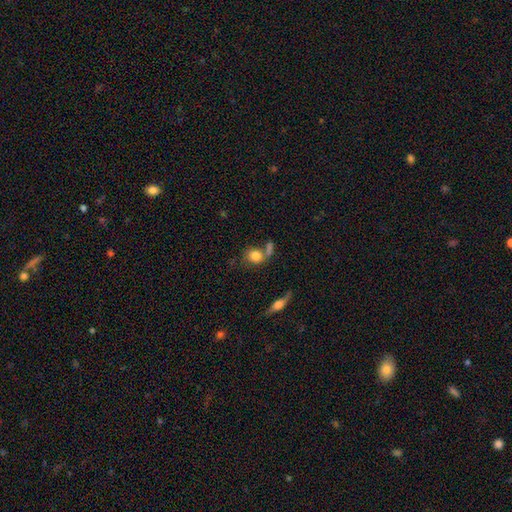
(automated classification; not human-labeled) A smooth galaxy with no disk features (79%) that is round (72%).

Vote fractions:
- Smooth or featured? smooth: 79% / featured or disk: 12% / star or artifact: 9%
- How rounded? round: 72% / in between: 26% / cigar-shaped: 2%
- Merging? none: 51% / merger: 27% / minor disturbance: 14% / major disturbance: 8%